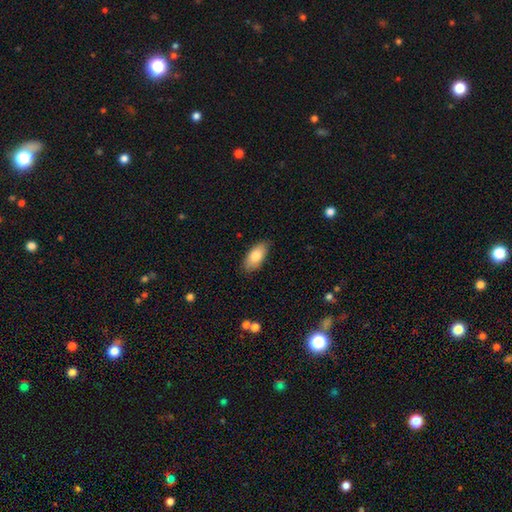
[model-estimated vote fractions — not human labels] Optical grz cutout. It shows a smooth galaxy with no disk features (81%) that is in between round and cigar-shaped (90%). Merging: none (86%).